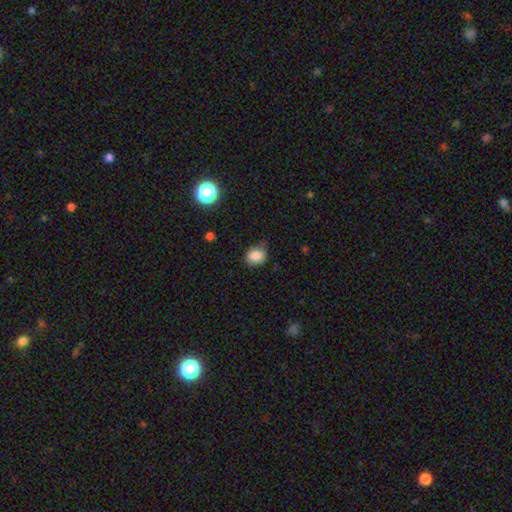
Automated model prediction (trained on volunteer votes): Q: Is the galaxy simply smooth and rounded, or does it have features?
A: smooth — 85%.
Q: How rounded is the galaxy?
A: round — 50%.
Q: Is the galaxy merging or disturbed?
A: none — 69%.